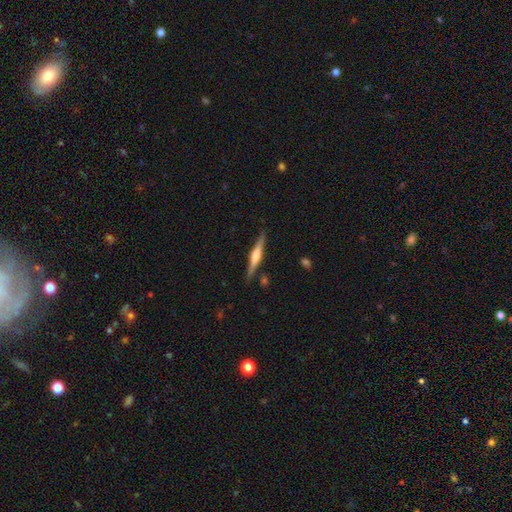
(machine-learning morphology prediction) Smooth or featured? featured or disk (69%)
Edge-on disk? yes (98%)
Edge-on bulge? rounded (69%)
Merging? none (87%)